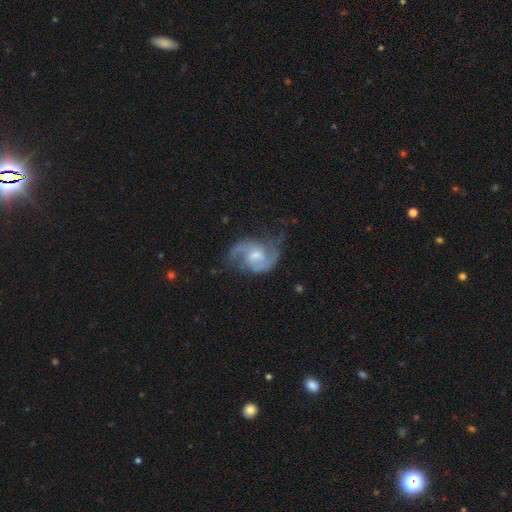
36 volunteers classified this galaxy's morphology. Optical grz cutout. It shows a featured or disk galaxy (89%) with a weak bar (55%), 2 (94%) medium (61%) spiral arms (100%) and a moderate central bulge (42%). Merging: none (65%).